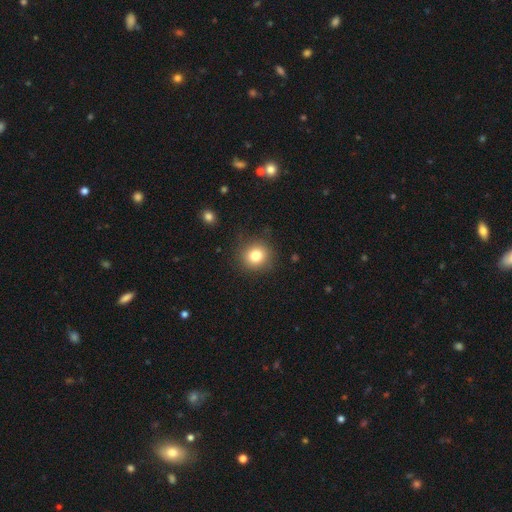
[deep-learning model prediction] Smooth or featured?
  - smooth: 80% *
  - star or artifact: 12%
  - featured or disk: 8%
How rounded?
  - round: 90% *
  - in between: 9%
  - cigar-shaped: 1%
Merging?
  - none: 86% *
  - minor disturbance: 9%
  - major disturbance: 3%
  - merger: 1%